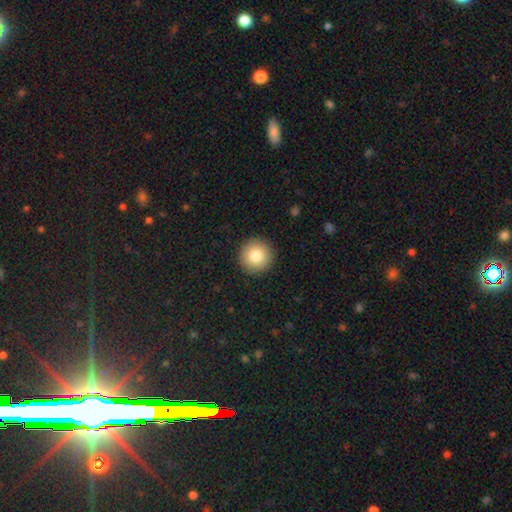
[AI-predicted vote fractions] smooth 82%, star or artifact 9%, featured or disk 9%. Down the decision tree: how rounded — round (96%); merging — none (92%).